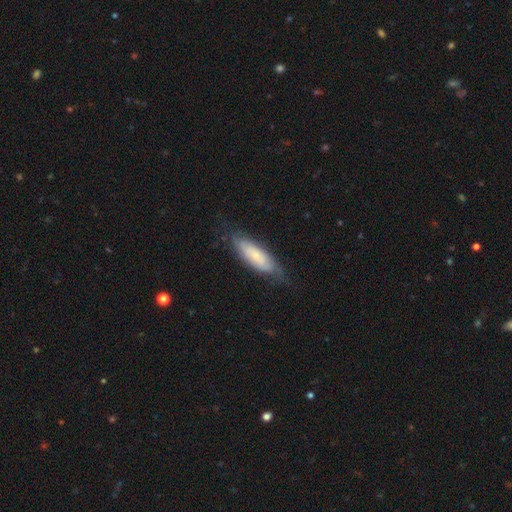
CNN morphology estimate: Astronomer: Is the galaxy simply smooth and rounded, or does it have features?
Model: smooth — 57% (runner-up: featured or disk, 37%).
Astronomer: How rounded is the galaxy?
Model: in between — 55% (runner-up: cigar-shaped, 44%).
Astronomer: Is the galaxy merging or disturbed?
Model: none — 68%.